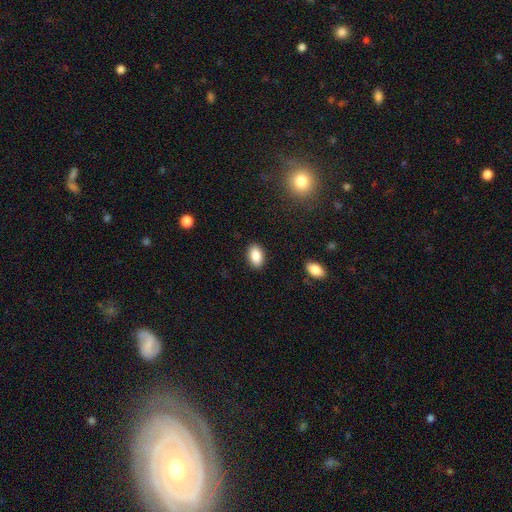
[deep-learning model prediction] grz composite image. It shows a smooth galaxy with no disk features (88%) that is in between round and cigar-shaped (91%). Merging: none (88%).